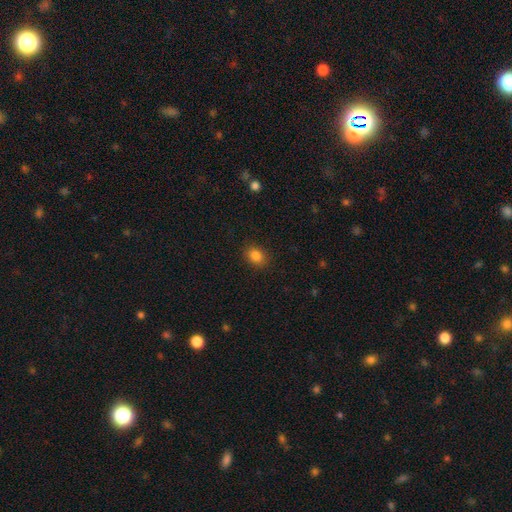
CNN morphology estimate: Smooth or featured?
  - smooth: 84% *
  - star or artifact: 11%
  - featured or disk: 5%
How rounded?
  - in between: 58% *
  - round: 41%
  - cigar-shaped: 1%
Merging?
  - none: 88% *
  - minor disturbance: 8%
  - major disturbance: 2%
  - merger: 1%